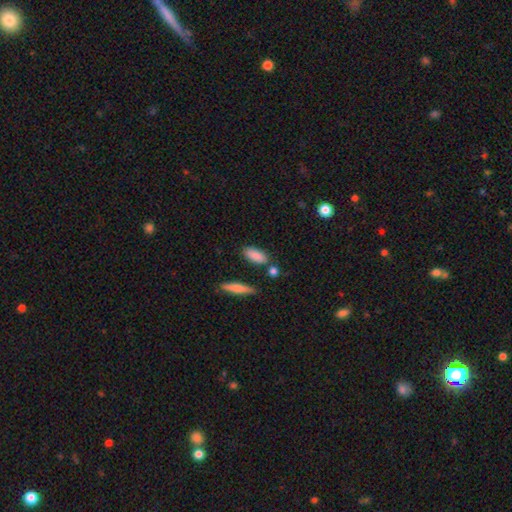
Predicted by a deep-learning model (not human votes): This appears to be a smooth galaxy with no disk features (86%) that is in between round and cigar-shaped (80%). Merging: none (76%).